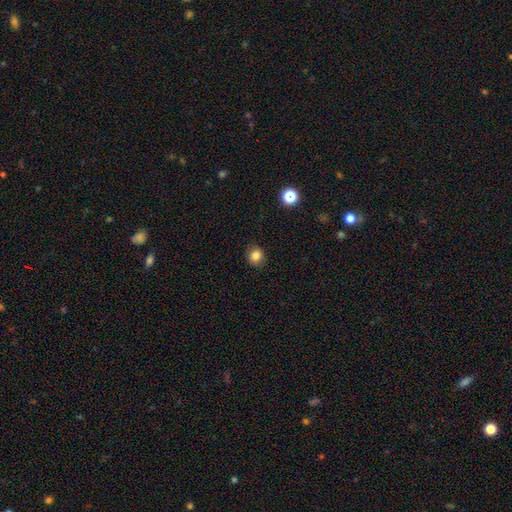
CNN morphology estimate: type=smooth (83%); roundness=round (86%); merging=none (89%).